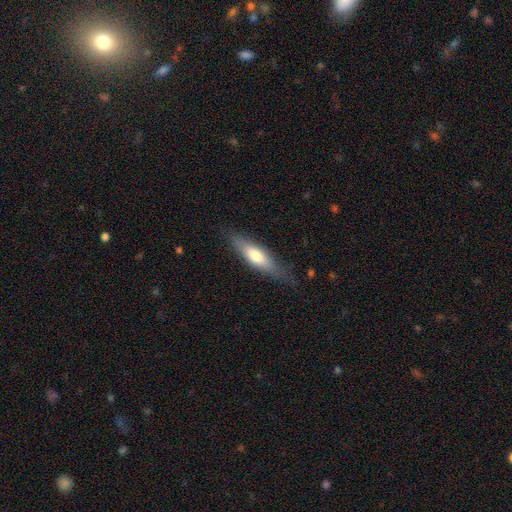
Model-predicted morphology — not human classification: Smooth or featured?
  - smooth: 61% *
  - featured or disk: 33%
  - star or artifact: 6%
How rounded?
  - cigar-shaped: 59% *
  - in between: 39%
  - round: 2%
Merging?
  - none: 75% *
  - minor disturbance: 18%
  - major disturbance: 5%
  - merger: 1%